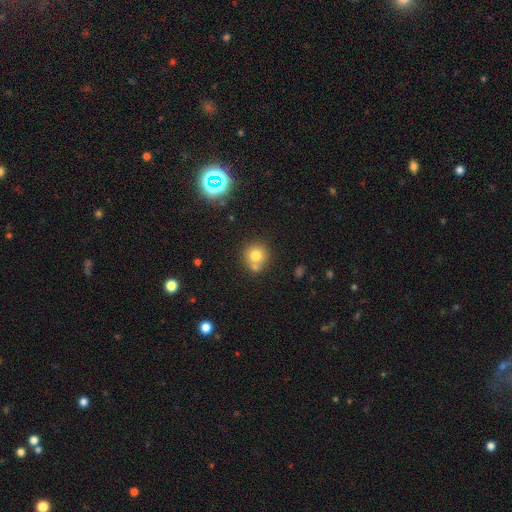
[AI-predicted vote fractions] smooth_or_featured: smooth (p=0.74) [alt: featured or disk p=0.13]
how_rounded: round (p=0.90) [alt: in between p=0.09]
merging: none (p=0.60) [alt: merger p=0.26]